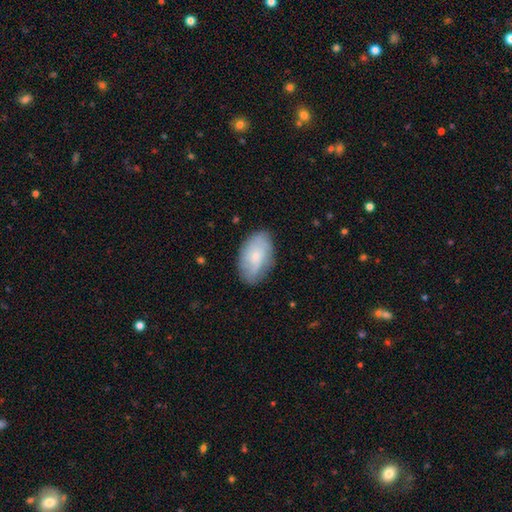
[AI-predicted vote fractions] A smooth galaxy with no disk features (51%) that is in between round and cigar-shaped (92%).

Vote fractions:
- Smooth or featured? smooth: 51% / featured or disk: 42% / star or artifact: 7%
- How rounded? in between: 92% / round: 6% / cigar-shaped: 2%
- Merging? none: 78% / minor disturbance: 17% / major disturbance: 4% / merger: 1%